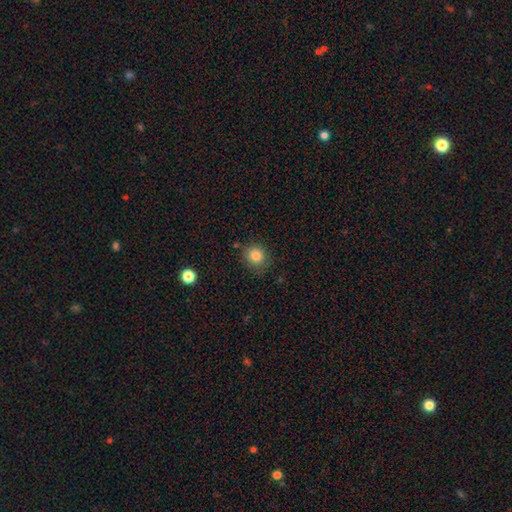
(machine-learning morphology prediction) smooth-or-featured: smooth: 83% | star or artifact: 11% | featured or disk: 6%
  how-rounded: round: 86% | in between: 13% | cigar-shaped: 1%
  merging: none: 80% | minor disturbance: 14% | major disturbance: 4% | merger: 3%